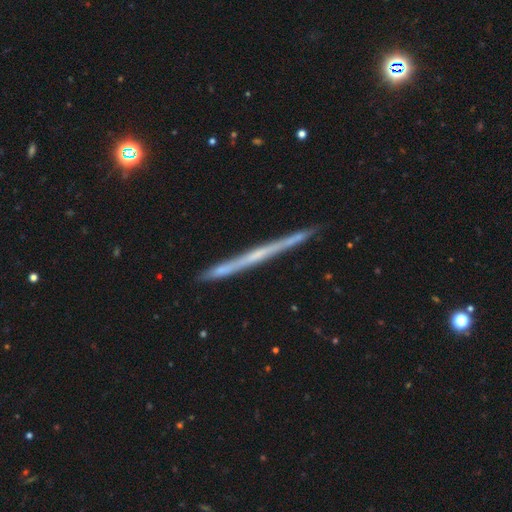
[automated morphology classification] Overall: featured or disk (70%). Edge-on disk: yes (98%). Edge-on bulge: none (80%). Merging: none (89%).